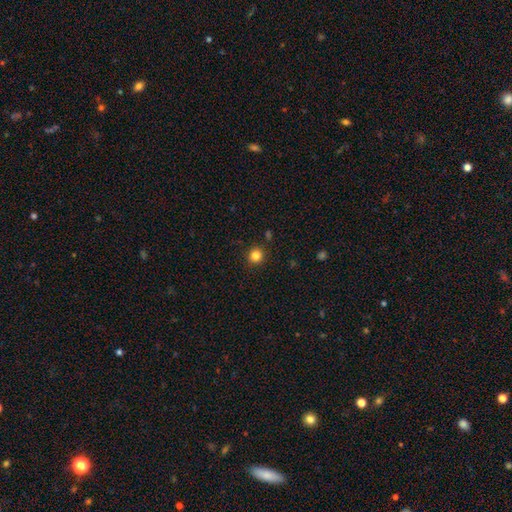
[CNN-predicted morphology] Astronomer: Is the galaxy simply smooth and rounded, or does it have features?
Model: smooth — 83%.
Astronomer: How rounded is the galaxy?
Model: round — 94%.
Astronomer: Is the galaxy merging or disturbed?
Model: none — 90%.